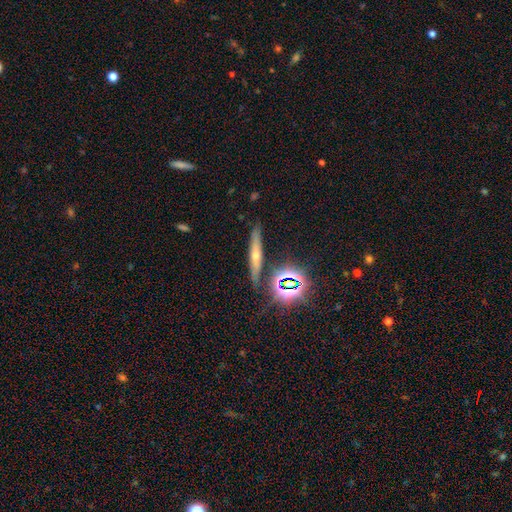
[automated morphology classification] Smooth or featured?
  - featured or disk: 45% *
  - smooth: 30%
  - star or artifact: 25%
Merging?
  - none: 84% *
  - minor disturbance: 9%
  - merger: 4%
  - major disturbance: 3%